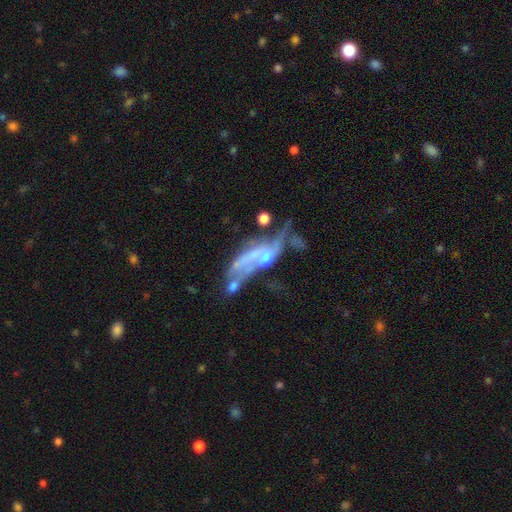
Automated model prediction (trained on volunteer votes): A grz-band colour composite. It shows a featured or disk galaxy (69%) with no bar (75%), no spiral arms (59%) and a small central bulge (38%). Merging: major disturbance (33%, tied with merger).